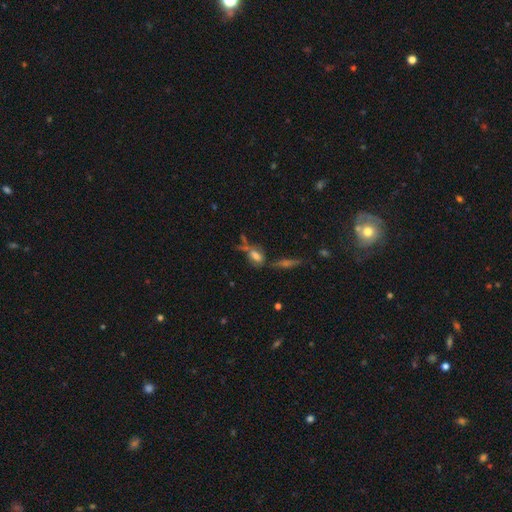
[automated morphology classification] type=smooth (54%); roundness=in between (75%); merging=none (49%).